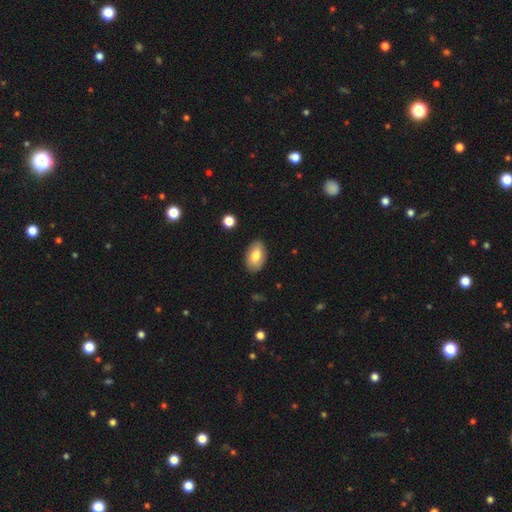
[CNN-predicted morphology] smooth 79%, featured or disk 15%, star or artifact 7%. Down the decision tree: how rounded — in between (92%); merging — none (86%).